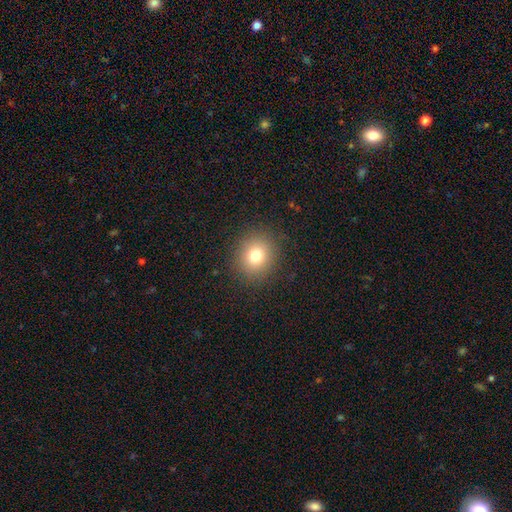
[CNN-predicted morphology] smooth_or_featured: smooth (p=0.77) [alt: star or artifact p=0.14]
how_rounded: round (p=0.81) [alt: in between p=0.18]
merging: none (p=0.89) [alt: minor disturbance p=0.07]